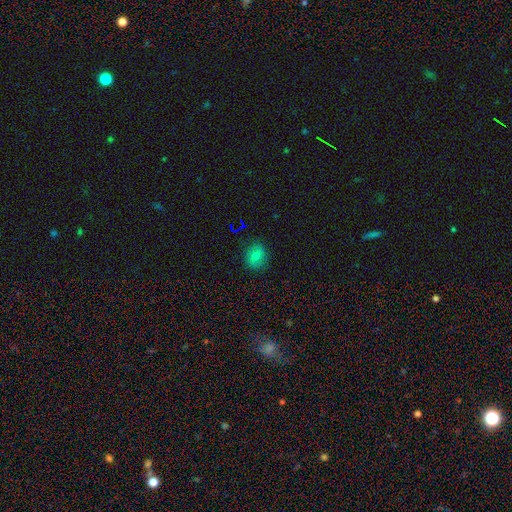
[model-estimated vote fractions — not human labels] Smooth or featured? Predicted: smooth (p=0.67). How rounded? Predicted: round (p=0.68). Merging? Predicted: none (p=0.85).